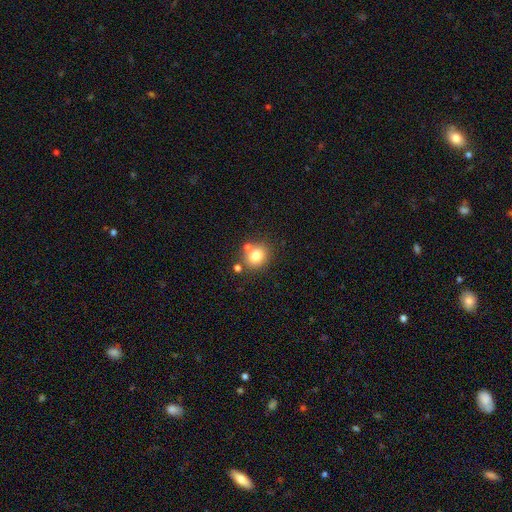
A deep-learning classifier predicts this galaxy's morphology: Q: Smooth or featured?
A: smooth (78%); runner-up: star or artifact (12%)
Q: How rounded?
A: round (73%); runner-up: in between (26%)
Q: Merging?
A: none (69%); runner-up: merger (16%)